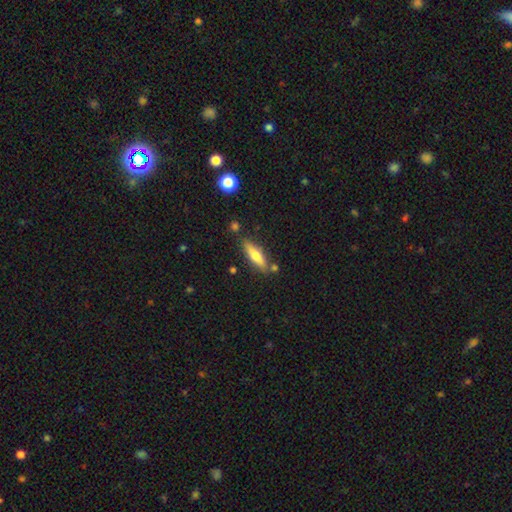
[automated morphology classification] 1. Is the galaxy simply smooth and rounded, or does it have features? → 61% smooth, 33% featured or disk, 6% star or artifact.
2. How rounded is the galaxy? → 67% cigar-shaped, 31% in between, 2% round.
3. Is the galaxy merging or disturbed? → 78% none, 13% minor disturbance, 6% merger, 3% major disturbance.